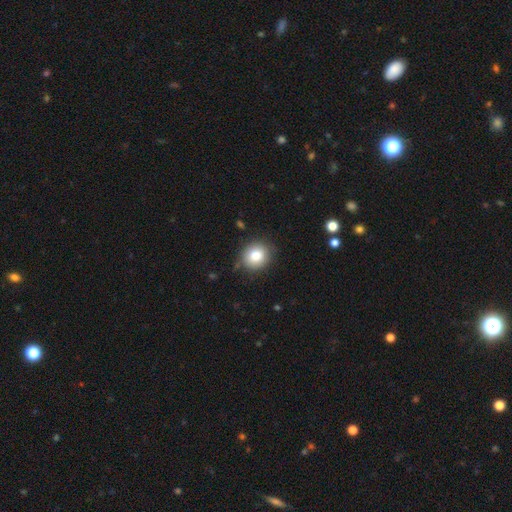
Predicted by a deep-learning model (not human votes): Q: Smooth or featured?
A: smooth (83%); runner-up: star or artifact (9%)
Q: How rounded?
A: round (74%); runner-up: in between (25%)
Q: Merging?
A: none (84%); runner-up: minor disturbance (12%)